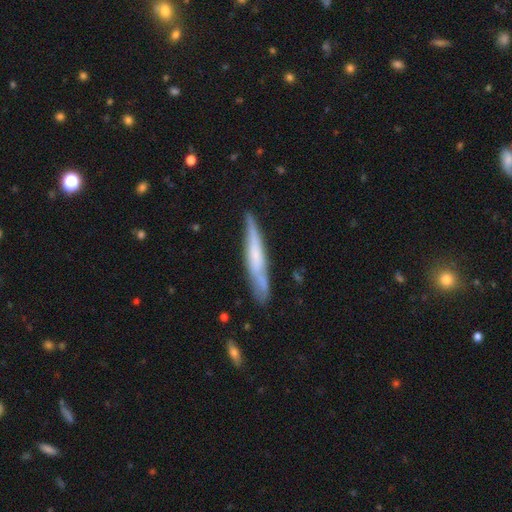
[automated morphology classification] Smooth or featured?
  - featured or disk: 51% *
  - smooth: 43%
  - star or artifact: 6%
Edge-on disk?
  - yes: 86% *
  - no: 14%
Merging?
  - none: 75% *
  - minor disturbance: 19%
  - major disturbance: 4%
  - merger: 3%